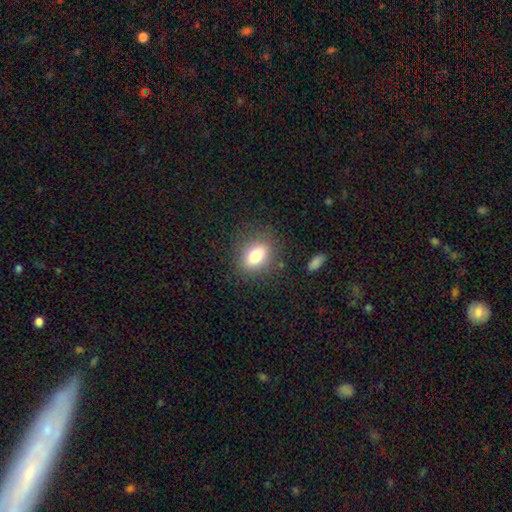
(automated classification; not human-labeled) This is likely a smooth galaxy (77%). How rounded: likely in between (73%). Merging: clearly none (81%).